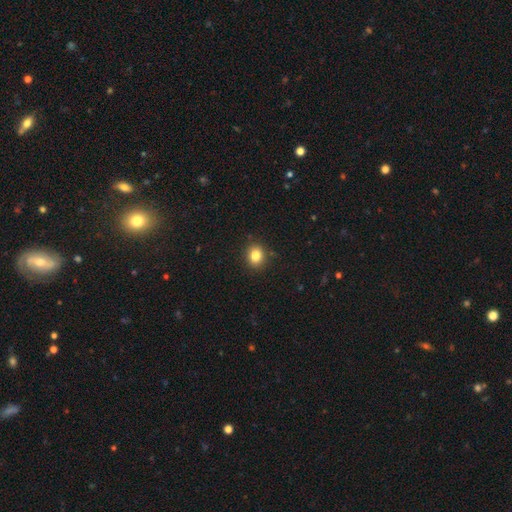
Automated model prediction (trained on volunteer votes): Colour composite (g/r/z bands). It shows a smooth galaxy with no disk features (83%) that is round (64%). Merging: none (87%).